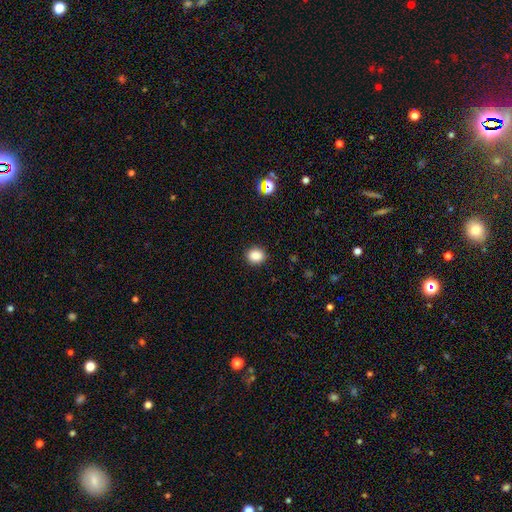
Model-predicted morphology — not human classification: type=smooth (86%); roundness=round (70%); merging=none (90%).